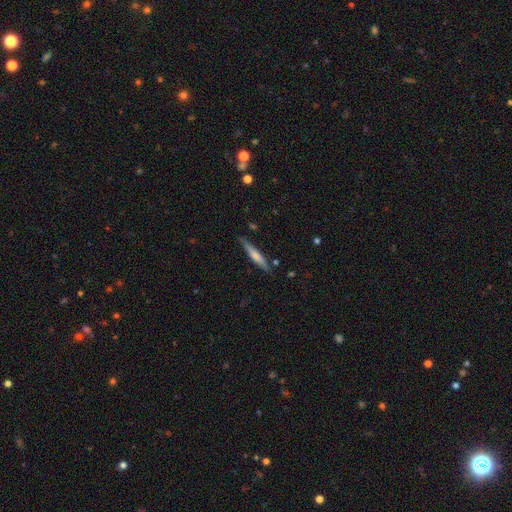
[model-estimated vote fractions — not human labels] Smooth or featured? Predicted: smooth (p=0.55). How rounded? Predicted: cigar-shaped (p=0.93). Merging? Predicted: none (p=0.84).